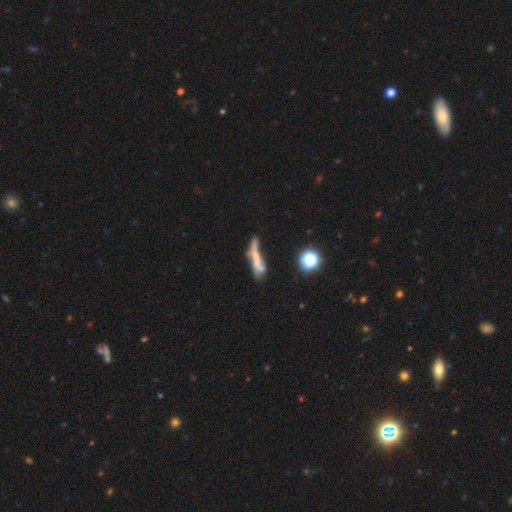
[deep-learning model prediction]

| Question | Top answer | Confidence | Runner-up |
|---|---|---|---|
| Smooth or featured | featured or disk | 42% | smooth (41%) |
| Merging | none | 36% | merger (25%) |